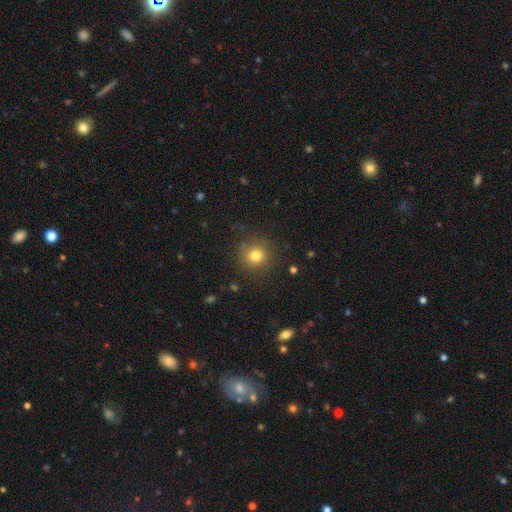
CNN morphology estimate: Smooth or featured? smooth (78%)
How rounded? round (93%)
Merging? none (85%)